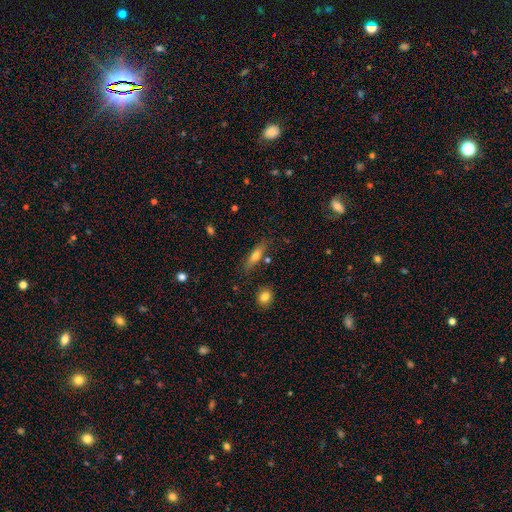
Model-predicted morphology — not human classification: A smooth galaxy with no disk features (65%) that is cigar-shaped (58%).

Vote fractions:
- Smooth or featured? smooth: 65% / featured or disk: 28% / star or artifact: 8%
- How rounded? cigar-shaped: 58% / in between: 39% / round: 3%
- Merging? none: 77% / minor disturbance: 14% / merger: 6% / major disturbance: 4%